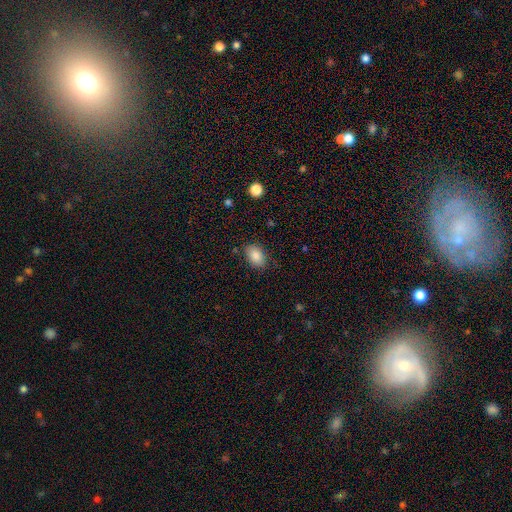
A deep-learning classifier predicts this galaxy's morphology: Smooth or featured? Predicted: smooth (p=0.87). How rounded? Predicted: in between (p=0.86). Merging? Predicted: none (p=0.81).